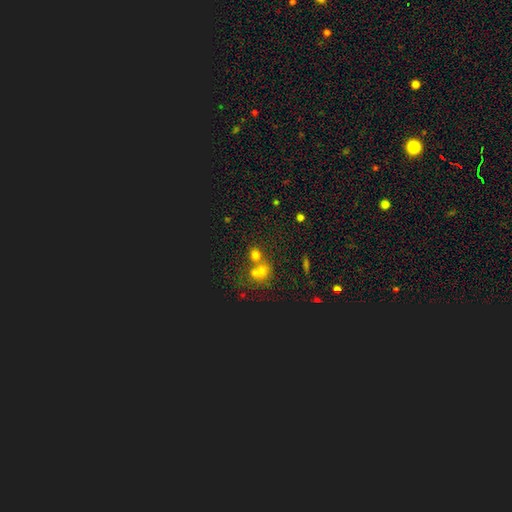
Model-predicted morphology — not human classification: A smooth galaxy with no disk features (63%) that is round (69%).

Vote fractions:
- Smooth or featured? smooth: 63% / star or artifact: 24% / featured or disk: 12%
- How rounded? round: 69% / in between: 29% / cigar-shaped: 2%
- Merging? merger: 47% / none: 41% / minor disturbance: 8% / major disturbance: 5%